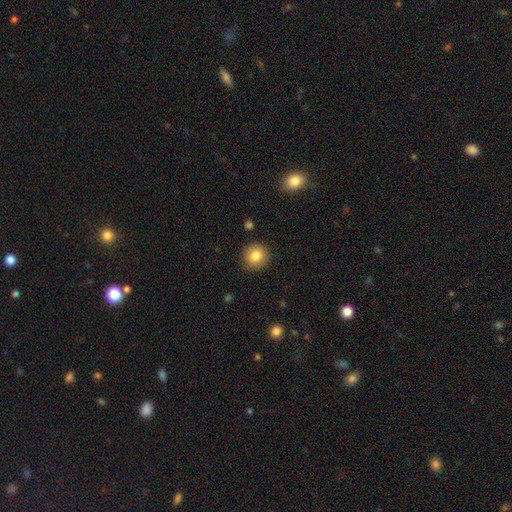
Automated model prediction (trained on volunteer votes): smooth 82%, star or artifact 9%, featured or disk 9%. Down the decision tree: how rounded — round (92%); merging — none (90%).